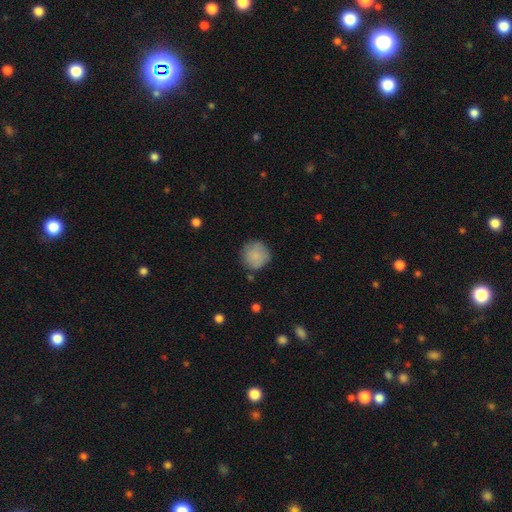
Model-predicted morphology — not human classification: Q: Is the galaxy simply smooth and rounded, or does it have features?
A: smooth — 83%.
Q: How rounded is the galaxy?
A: round — 93%.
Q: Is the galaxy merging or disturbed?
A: none — 77%.